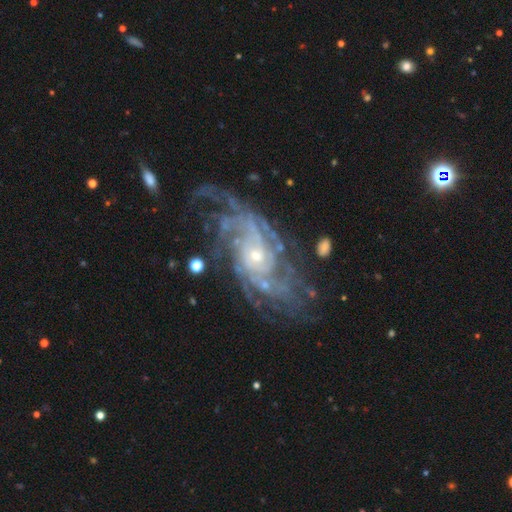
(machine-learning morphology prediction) A featured or disk galaxy (89%) with no bar (72%), tight (57%) spiral arms (97%) and a small central bulge (73%). Merging: none (64%).